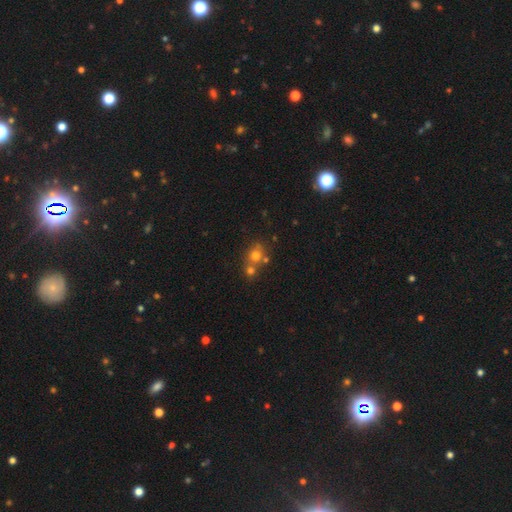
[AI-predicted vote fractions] Overall: smooth (70%). How rounded: round (77%). Merging: none (46%; merger 42%).